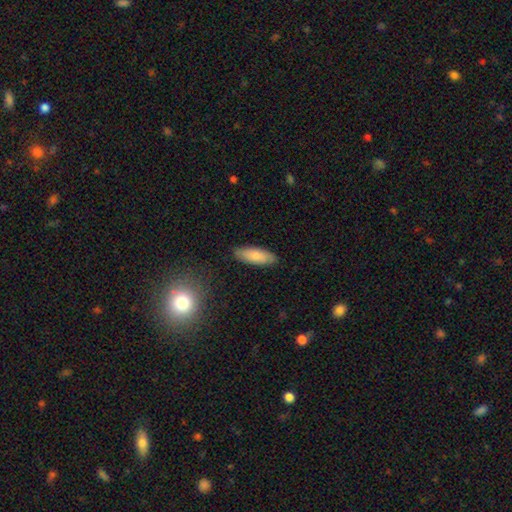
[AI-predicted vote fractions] A smooth galaxy with no disk features (82%) that is in between round and cigar-shaped (70%).

Vote fractions:
- Smooth or featured? smooth: 82% / featured or disk: 13% / star or artifact: 6%
- How rounded? in between: 70% / cigar-shaped: 28% / round: 2%
- Merging? none: 85% / minor disturbance: 11% / major disturbance: 2% / merger: 1%